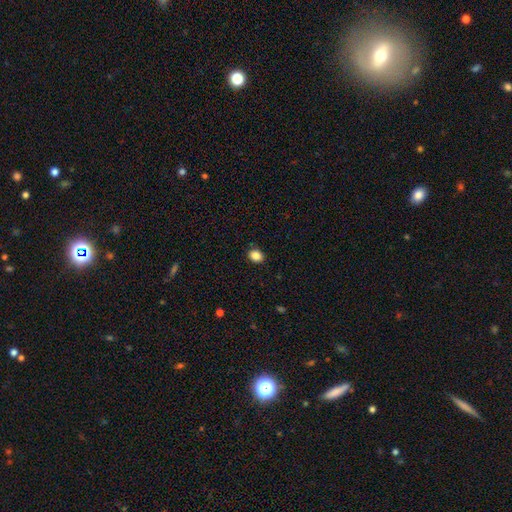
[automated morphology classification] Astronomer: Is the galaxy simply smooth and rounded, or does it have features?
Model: smooth — 86%.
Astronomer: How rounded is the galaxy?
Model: in between — 54% (runner-up: round, 45%).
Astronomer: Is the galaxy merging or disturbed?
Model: none — 89%.